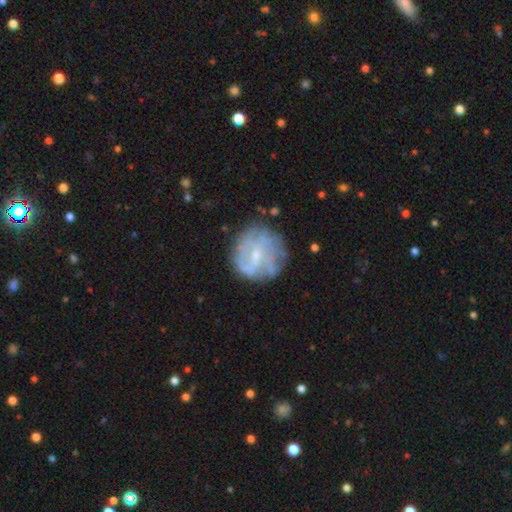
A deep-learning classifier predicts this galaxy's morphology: featured or disk 65%, smooth 26%, star or artifact 9%. Down the decision tree: edge-on disk — no (97%); bar — weak (48%); spiral arms — yes (58%); bulge size — small (67%); merging — none (67%).